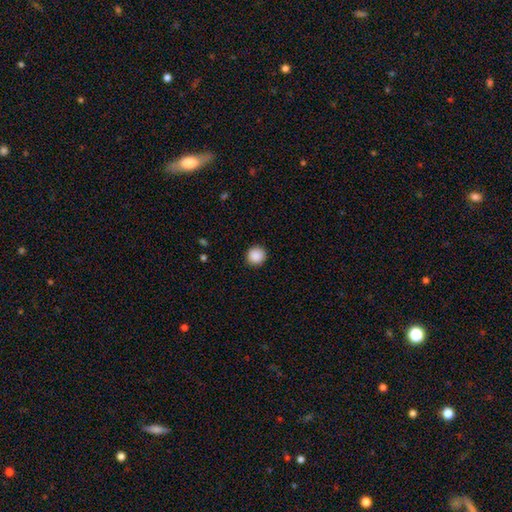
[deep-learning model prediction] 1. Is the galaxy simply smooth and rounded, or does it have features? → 89% smooth, 9% star or artifact, 2% featured or disk.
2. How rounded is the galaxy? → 94% round, 6% in between, 1% cigar-shaped.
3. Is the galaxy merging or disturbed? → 92% none, 5% minor disturbance, 2% major disturbance, 1% merger.